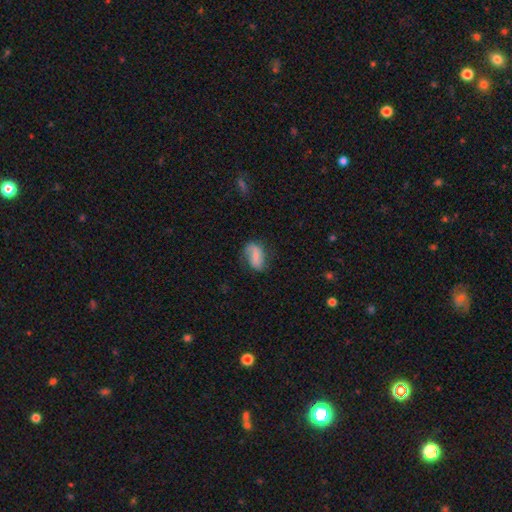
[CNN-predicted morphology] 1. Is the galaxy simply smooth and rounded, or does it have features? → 52% smooth, 40% featured or disk, 8% star or artifact.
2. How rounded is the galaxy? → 88% in between, 9% round, 3% cigar-shaped.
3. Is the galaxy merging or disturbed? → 58% none, 27% minor disturbance, 13% major disturbance, 2% merger.